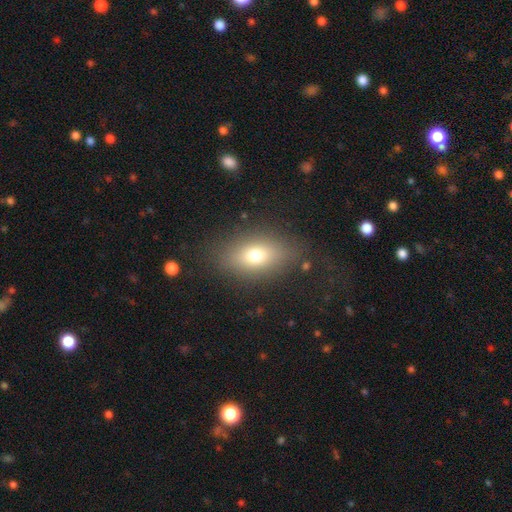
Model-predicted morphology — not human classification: This appears to be a smooth galaxy with no disk features (70%) that is in between round and cigar-shaped (79%). Merging: none (79%).